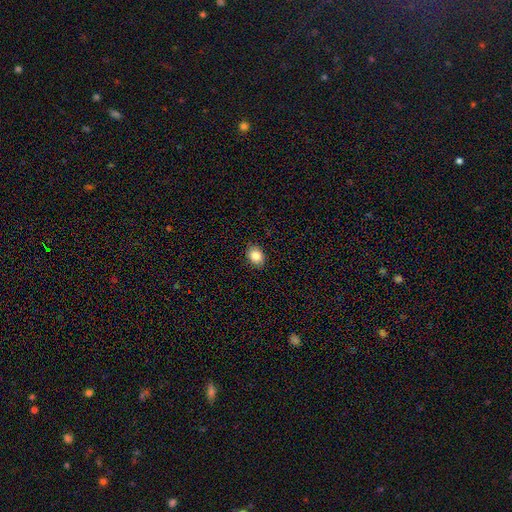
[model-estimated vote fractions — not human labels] smooth_or_featured: smooth (p=0.86) [alt: star or artifact p=0.09]
how_rounded: in between (p=0.58) [alt: round p=0.41]
merging: none (p=0.88) [alt: minor disturbance p=0.09]